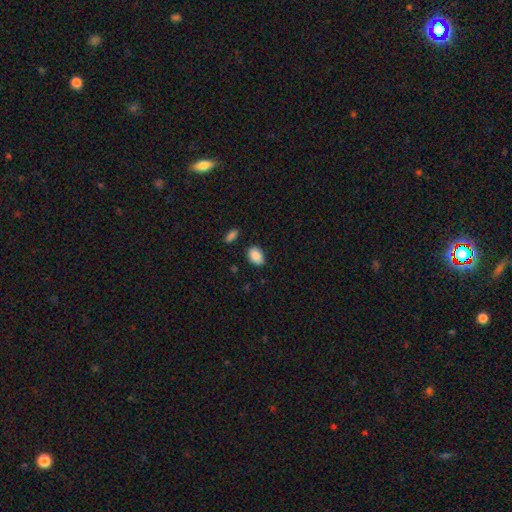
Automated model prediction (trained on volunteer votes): A smooth galaxy with no disk features (88%) that is in between round and cigar-shaped (81%). Merging: none (81%).